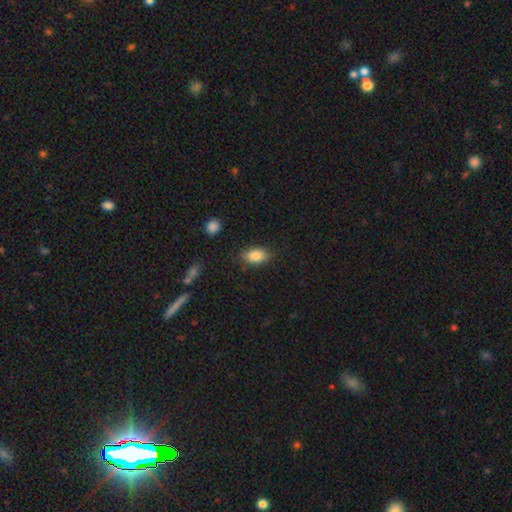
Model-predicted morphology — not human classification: Smooth or featured? Predicted: smooth (p=0.85). How rounded? Predicted: in between (p=0.89). Merging? Predicted: none (p=0.83).